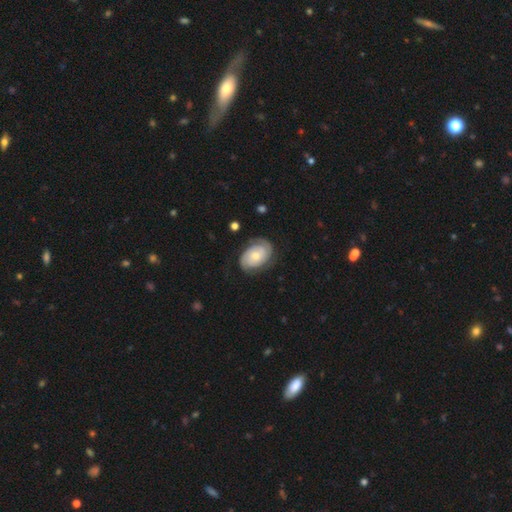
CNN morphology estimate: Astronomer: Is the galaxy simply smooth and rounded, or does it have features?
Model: featured or disk — 76%.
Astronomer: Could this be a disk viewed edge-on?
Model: no — 97%.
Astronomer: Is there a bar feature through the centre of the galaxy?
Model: no — 75%.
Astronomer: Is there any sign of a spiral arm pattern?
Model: yes — 93%.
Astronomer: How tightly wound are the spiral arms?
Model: tight — 70%.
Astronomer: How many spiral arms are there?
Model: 2 — 61%.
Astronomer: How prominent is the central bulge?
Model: small — 47%, tied with moderate at 47%.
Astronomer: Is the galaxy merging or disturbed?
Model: none — 76%.